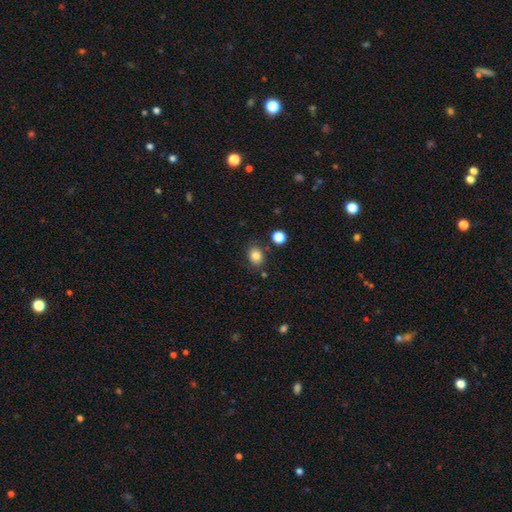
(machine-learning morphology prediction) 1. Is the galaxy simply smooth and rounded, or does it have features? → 82% smooth, 11% star or artifact, 7% featured or disk.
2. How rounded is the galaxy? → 55% round, 44% in between, 1% cigar-shaped.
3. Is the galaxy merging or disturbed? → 80% none, 12% minor disturbance, 5% merger, 3% major disturbance.